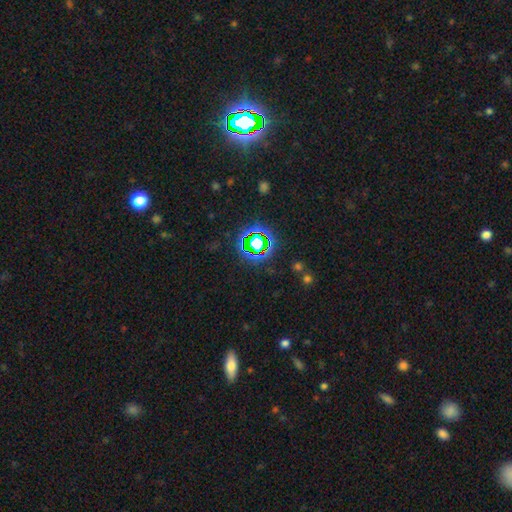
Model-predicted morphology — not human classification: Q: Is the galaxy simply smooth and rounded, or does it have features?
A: star or artifact — 74%.